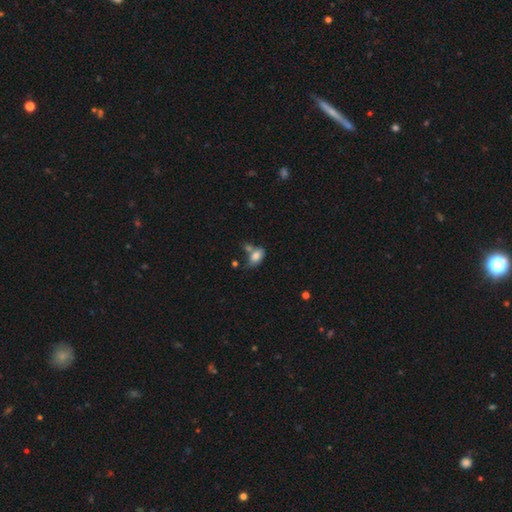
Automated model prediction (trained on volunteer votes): Smooth or featured? smooth (80%)
How rounded? in between (90%)
Merging? none (40%)